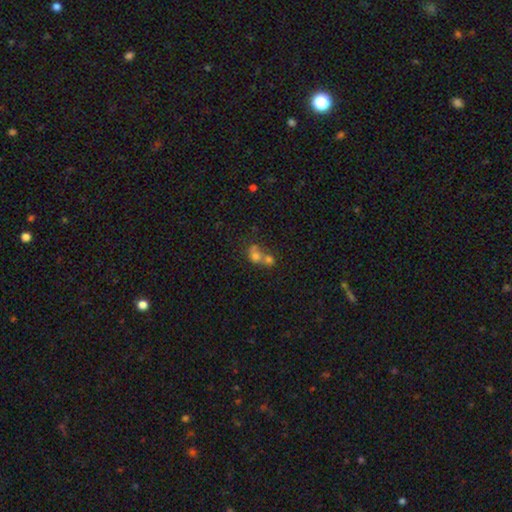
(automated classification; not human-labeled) Smooth or featured? smooth (66%)
How rounded? round (65%)
Merging? merger (69%)